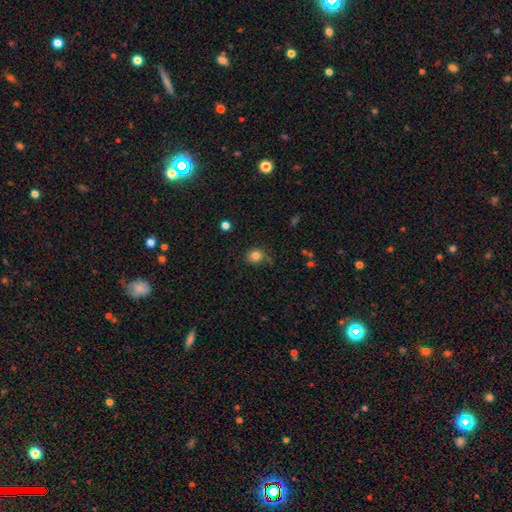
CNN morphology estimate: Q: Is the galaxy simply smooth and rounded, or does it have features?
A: smooth — 83%.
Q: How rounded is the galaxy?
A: round — 82%.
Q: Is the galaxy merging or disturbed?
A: none — 75%.